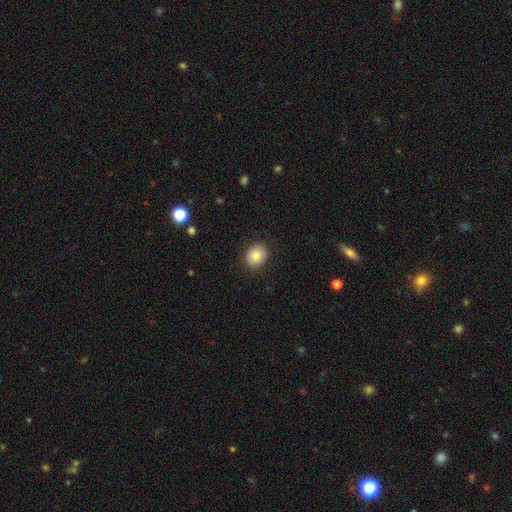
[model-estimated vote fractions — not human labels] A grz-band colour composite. It shows a smooth galaxy with no disk features (83%) that is round (63%). Merging: none (89%).